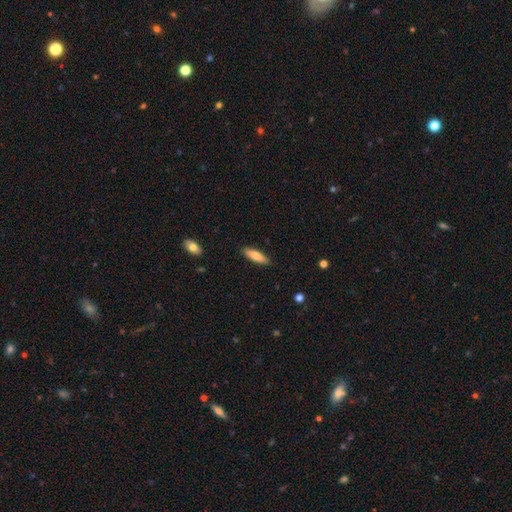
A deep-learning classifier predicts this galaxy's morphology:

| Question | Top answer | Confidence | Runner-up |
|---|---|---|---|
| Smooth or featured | smooth | 79% | featured or disk (15%) |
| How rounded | cigar-shaped | 57% | in between (42%) |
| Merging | none | 88% | minor disturbance (9%) |